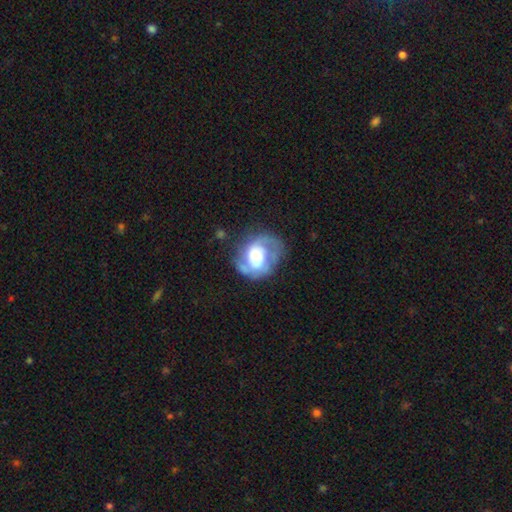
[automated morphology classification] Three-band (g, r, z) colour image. It shows a featured or disk galaxy (72%) with no bar (63%), 2 (69%) medium (45%) spiral arms (83%) and a moderate central bulge (43%). Merging: none (60%).